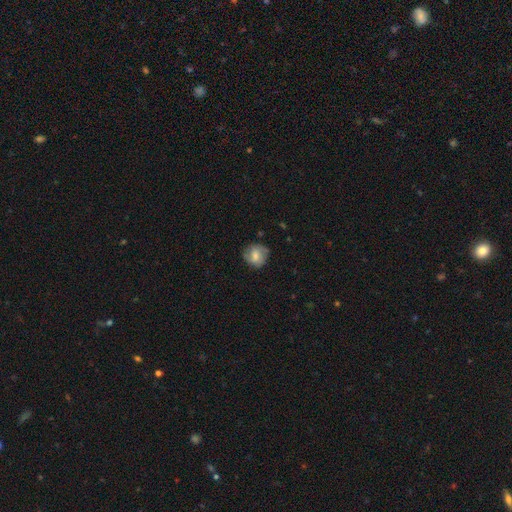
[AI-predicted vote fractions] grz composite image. It shows a smooth galaxy with no disk features (61%) that is round (81%). Merging: none (72%).